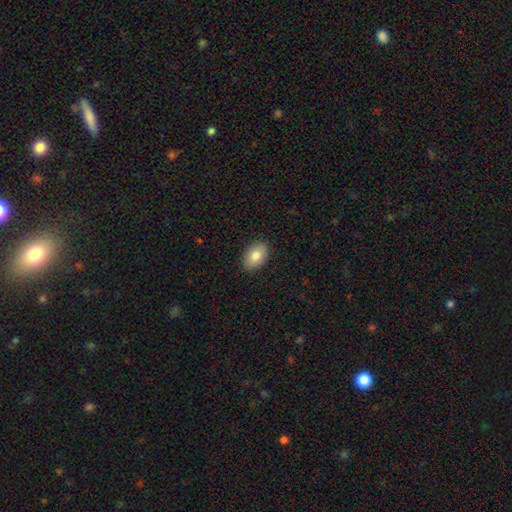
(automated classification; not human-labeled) Q: Smooth or featured?
A: smooth (83%); runner-up: featured or disk (10%)
Q: How rounded?
A: in between (90%); runner-up: round (9%)
Q: Merging?
A: none (88%); runner-up: minor disturbance (9%)